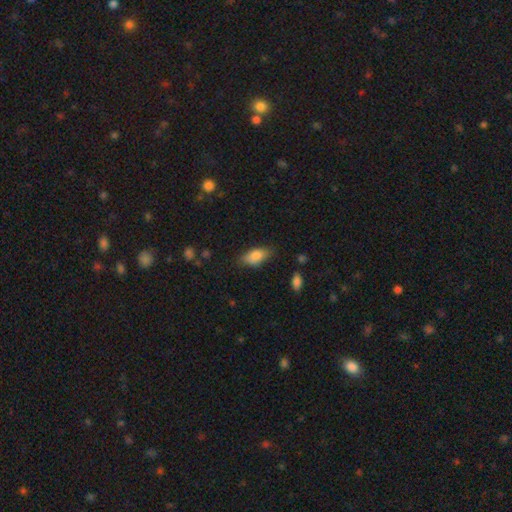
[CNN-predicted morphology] This is clearly a smooth galaxy (81%). How rounded: clearly in between (87%). Merging: likely none (71%).